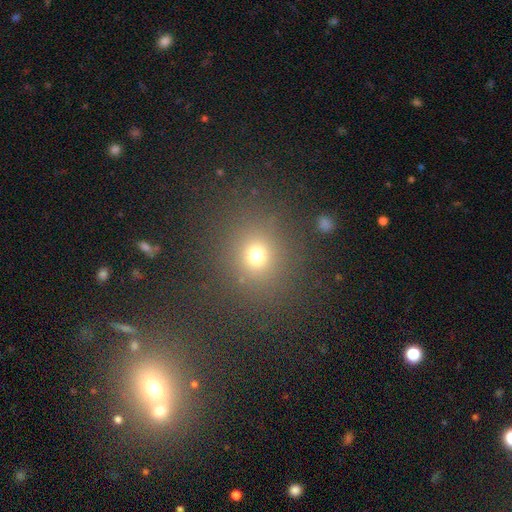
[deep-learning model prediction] Smooth or featured?
  - smooth: 70% *
  - star or artifact: 22%
  - featured or disk: 8%
How rounded?
  - round: 83% *
  - in between: 15%
  - cigar-shaped: 1%
Merging?
  - none: 84% *
  - minor disturbance: 8%
  - major disturbance: 4%
  - merger: 4%